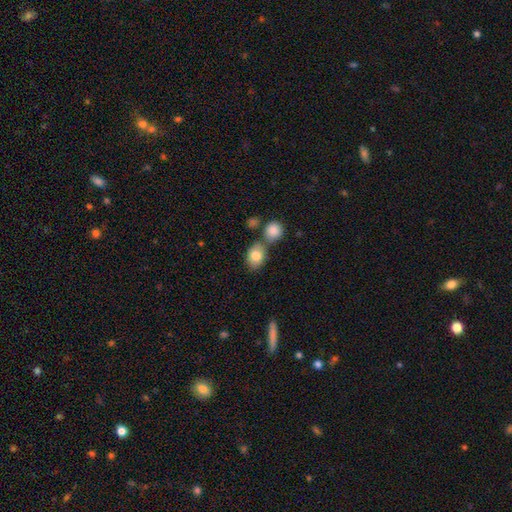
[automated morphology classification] Smooth or featured? smooth (82%)
How rounded? in between (70%)
Merging? none (57%)